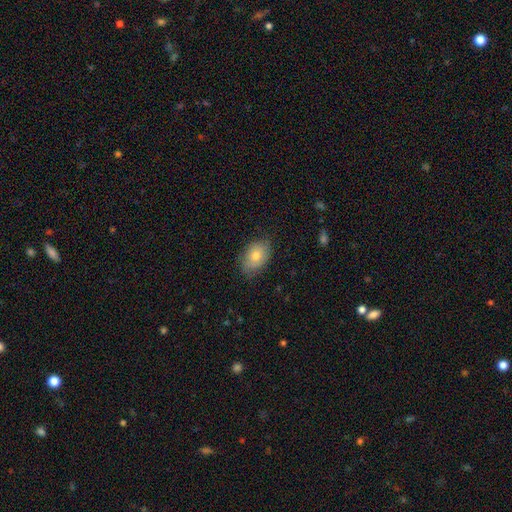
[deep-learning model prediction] This is likely a smooth galaxy (74%). How rounded: clearly in between (82%). Merging: likely none (74%).